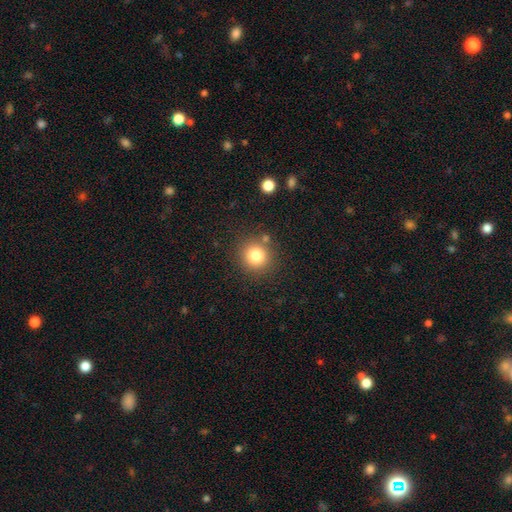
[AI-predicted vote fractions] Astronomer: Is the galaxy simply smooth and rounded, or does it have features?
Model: smooth — 80%.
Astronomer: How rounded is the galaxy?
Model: round — 92%.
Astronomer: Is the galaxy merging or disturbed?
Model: none — 83%.